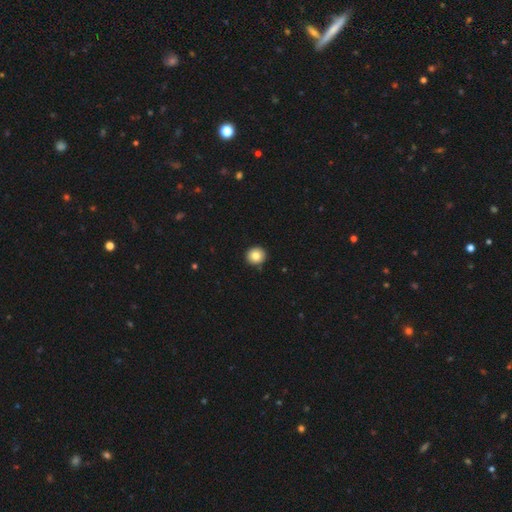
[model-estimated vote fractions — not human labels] Smooth or featured? Predicted: smooth (p=0.83). How rounded? Predicted: round (p=0.92). Merging? Predicted: none (p=0.92).